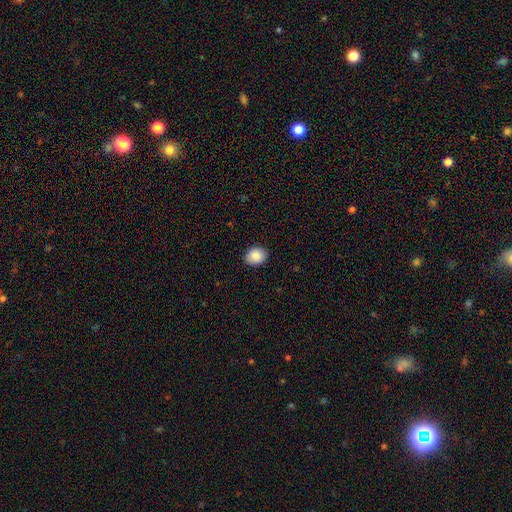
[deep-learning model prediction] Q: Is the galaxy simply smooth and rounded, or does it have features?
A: smooth — 87%.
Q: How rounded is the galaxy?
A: in between — 51%.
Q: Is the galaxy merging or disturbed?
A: none — 89%.